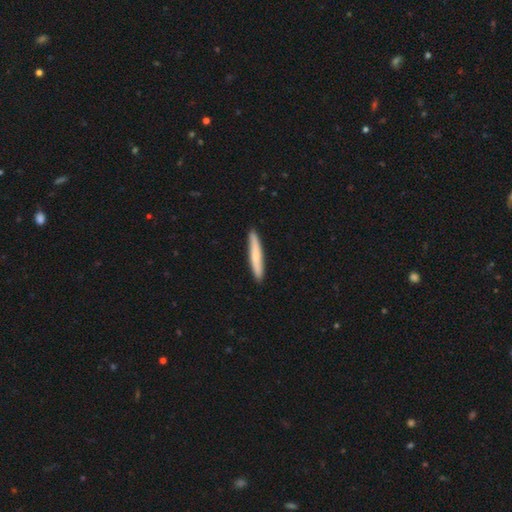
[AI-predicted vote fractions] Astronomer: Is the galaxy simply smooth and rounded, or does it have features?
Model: smooth — 69%.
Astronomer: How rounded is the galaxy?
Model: cigar-shaped — 95%.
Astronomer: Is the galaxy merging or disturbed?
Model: none — 91%.